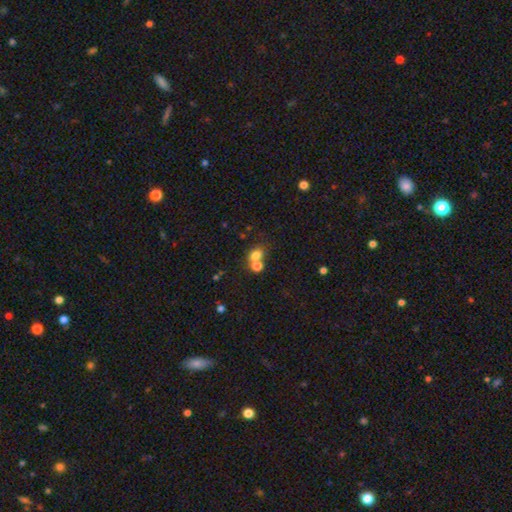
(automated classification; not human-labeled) This is likely a smooth galaxy (75%). How rounded: possibly round (59%). Merging: possibly none (46%).